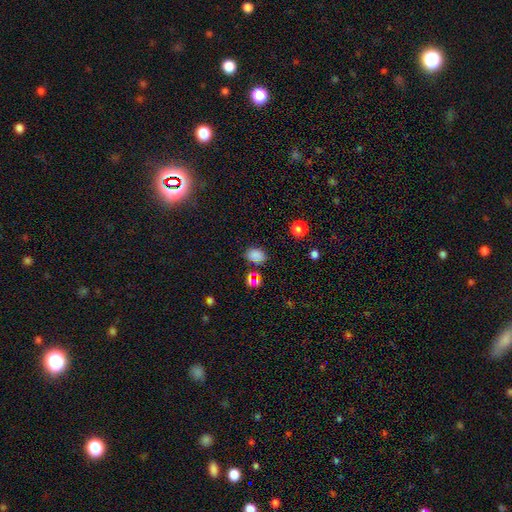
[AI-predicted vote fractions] The model was most divided on "how rounded": in between: 68%, round: 30%, cigar-shaped: 2%. More confident: merging — none (74%); smooth or featured — smooth (68%).